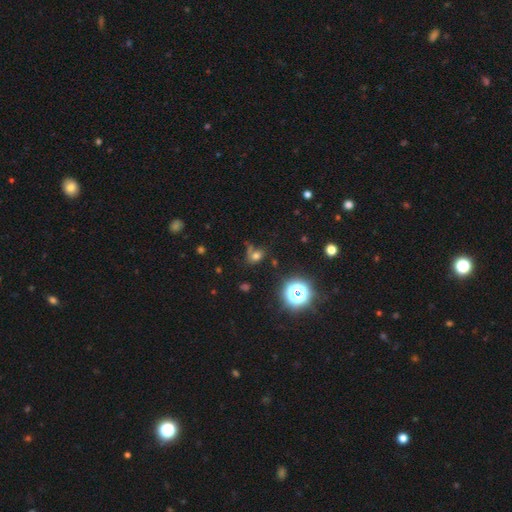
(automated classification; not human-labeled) smooth_or_featured: smooth (p=0.63) [alt: star or artifact p=0.26]
how_rounded: in between (p=0.56) [alt: round p=0.42]
merging: none (p=0.58) [alt: minor disturbance p=0.19]